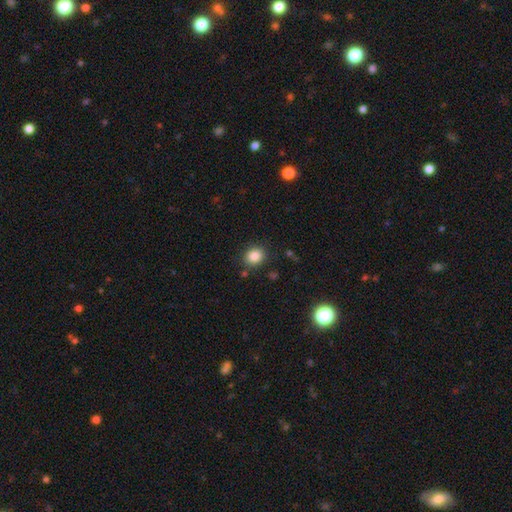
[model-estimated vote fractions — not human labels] Smooth or featured: smooth — 86% (star or artifact — 10%)
How rounded: round — 63% (in between — 36%)
Merging: none — 84% (minor disturbance — 10%)